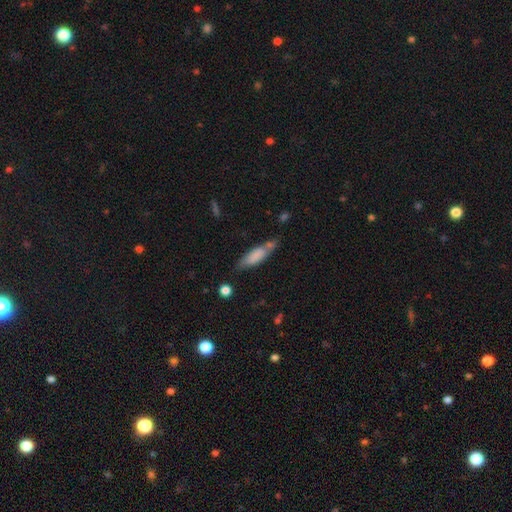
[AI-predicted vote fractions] A smooth galaxy with no disk features (76%) that is cigar-shaped (56%). Merging: none (54%).